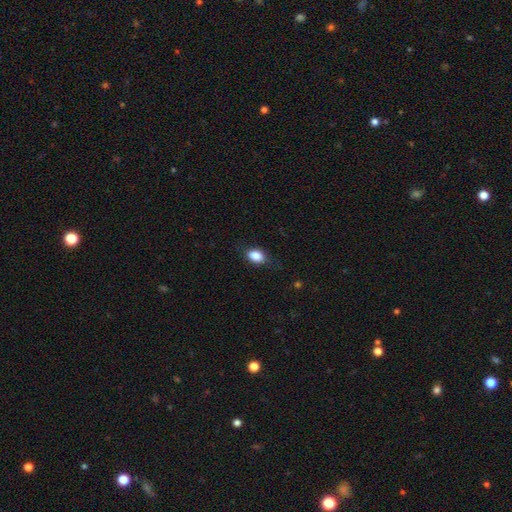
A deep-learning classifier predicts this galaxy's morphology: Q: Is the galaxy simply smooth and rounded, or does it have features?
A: smooth — 85%.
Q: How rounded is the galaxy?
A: in between — 79%.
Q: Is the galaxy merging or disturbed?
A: none — 77%.